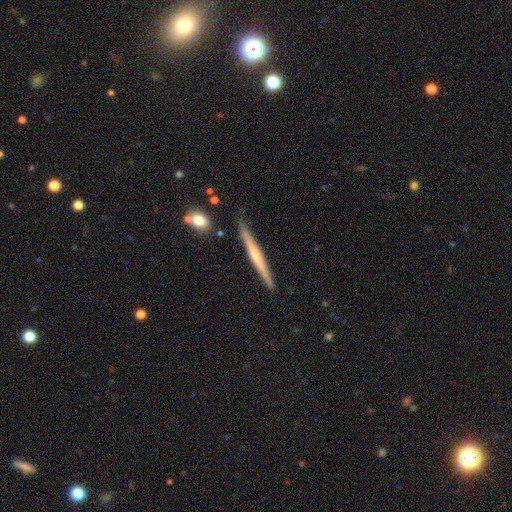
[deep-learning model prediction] smooth_or_featured: featured or disk (p=0.61) [alt: smooth p=0.33]
disk_edge_on: yes (p=0.97) [alt: no p=0.03]
edge_on_bulge: rounded (p=0.50) [alt: none p=0.44]
merging: none (p=0.84) [alt: minor disturbance p=0.12]